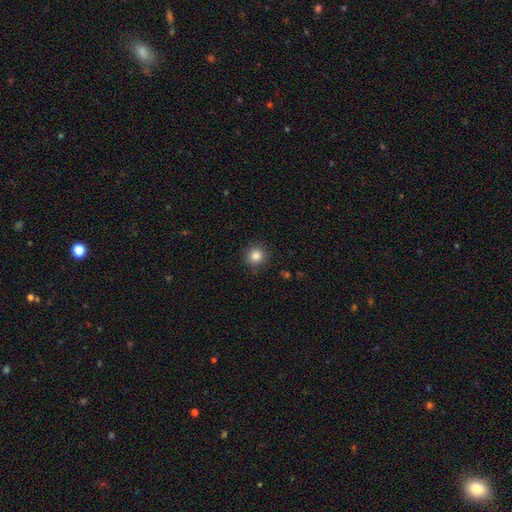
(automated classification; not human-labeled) Smooth or featured?
  - smooth: 84% *
  - star or artifact: 11%
  - featured or disk: 5%
How rounded?
  - round: 92% *
  - in between: 7%
  - cigar-shaped: 1%
Merging?
  - none: 90% *
  - minor disturbance: 7%
  - major disturbance: 2%
  - merger: 1%